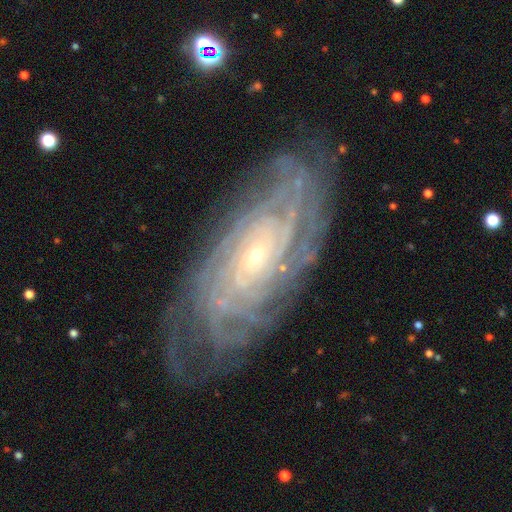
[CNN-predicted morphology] Q: Smooth or featured?
A: featured or disk (87%); runner-up: smooth (7%)
Q: Edge-on disk?
A: no (93%); runner-up: yes (7%)
Q: Bar?
A: no (71%); runner-up: weak (21%)
Q: Spiral arms?
A: yes (97%); runner-up: no (3%)
Q: Spiral winding?
A: tight (82%); runner-up: medium (15%)
Q: Spiral arm count?
A: can't tell (32%); runner-up: more than 4 (29%)
Q: Bulge size?
A: small (82%); runner-up: moderate (14%)
Q: Merging?
A: none (79%); runner-up: minor disturbance (15%)